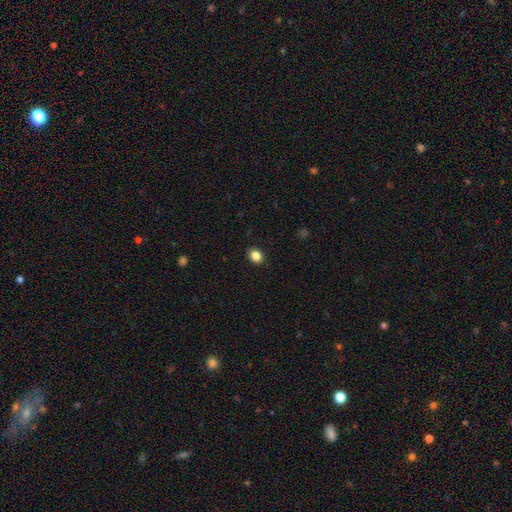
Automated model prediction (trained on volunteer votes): The model was most divided on "how rounded": round: 54%, in between: 45%, cigar-shaped: 1%. More confident: merging — none (91%); smooth or featured — smooth (86%).